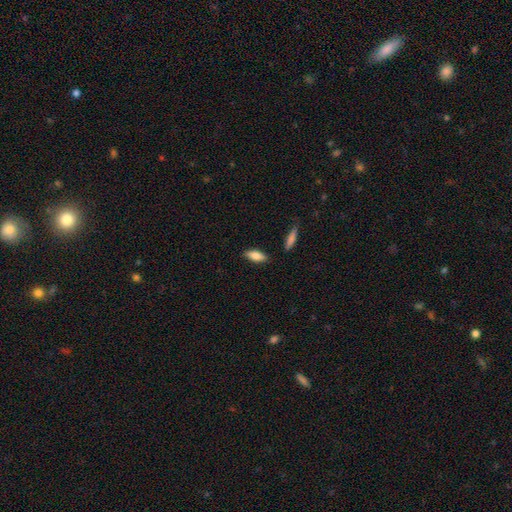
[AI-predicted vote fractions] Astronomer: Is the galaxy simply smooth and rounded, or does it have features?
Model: smooth — 82%.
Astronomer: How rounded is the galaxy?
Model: in between — 75%.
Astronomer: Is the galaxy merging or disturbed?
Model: none — 83%.